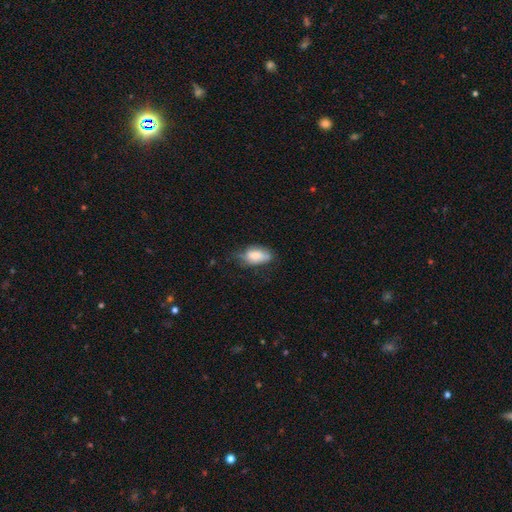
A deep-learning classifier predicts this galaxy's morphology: A smooth galaxy with no disk features (75%) that is in between round and cigar-shaped (90%). Merging: none (47%).